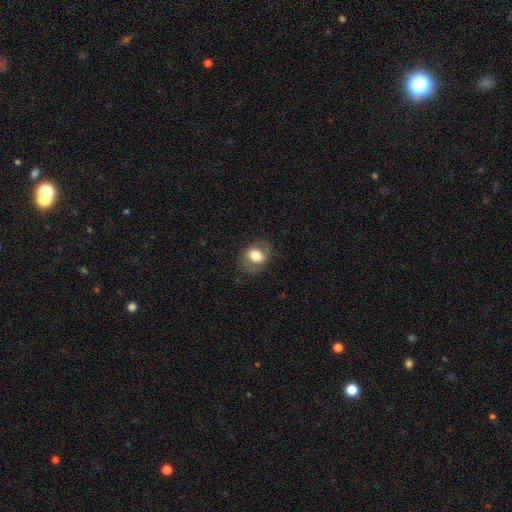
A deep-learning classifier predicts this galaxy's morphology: This appears to be a smooth galaxy with no disk features (62%) that is in between round and cigar-shaped (63%). Merging: none (73%).